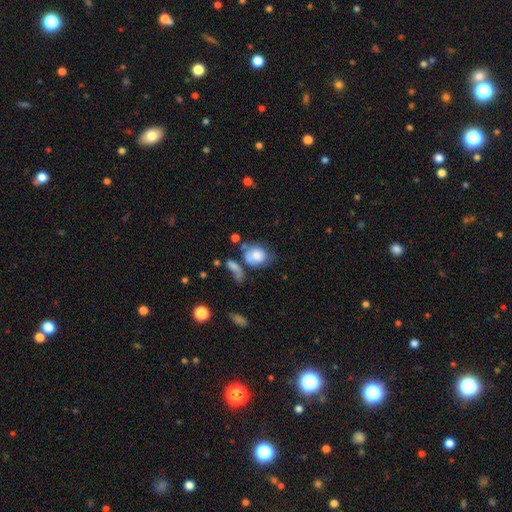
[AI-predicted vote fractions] Smooth or featured? smooth (67%)
How rounded? round (54%)
Merging? none (29%)